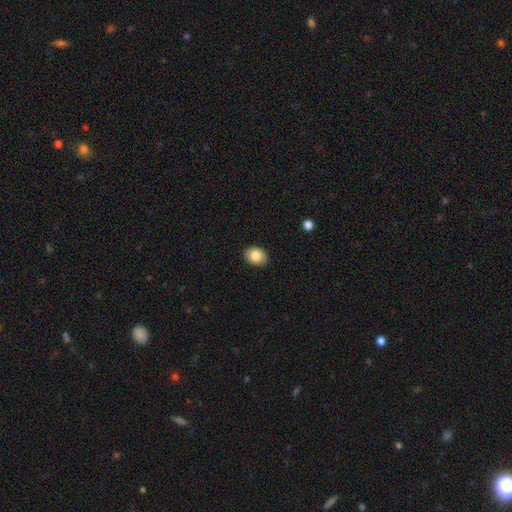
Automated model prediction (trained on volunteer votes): smooth_or_featured: smooth (p=0.85) [alt: star or artifact p=0.08]
how_rounded: in between (p=0.69) [alt: round p=0.30]
merging: none (p=0.88) [alt: minor disturbance p=0.09]